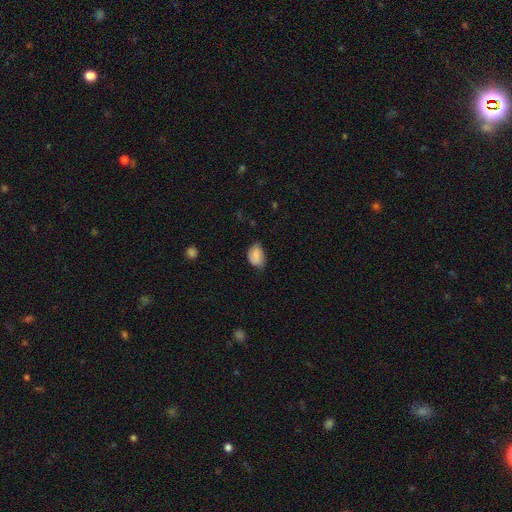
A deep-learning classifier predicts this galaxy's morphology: smooth-or-featured: smooth: 80% | featured or disk: 12% | star or artifact: 8%
  how-rounded: in between: 82% | round: 16% | cigar-shaped: 1%
  merging: none: 54% | minor disturbance: 37% | major disturbance: 7% | merger: 2%